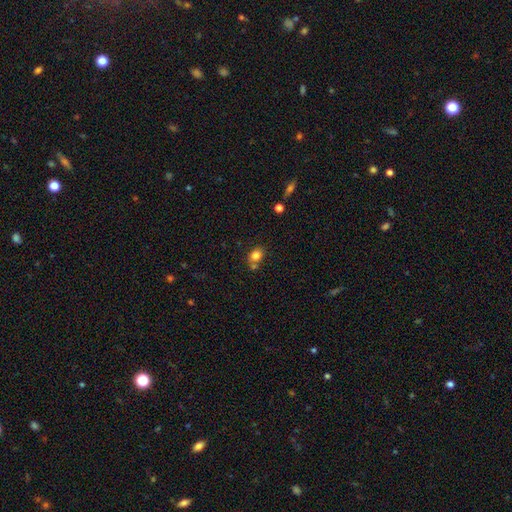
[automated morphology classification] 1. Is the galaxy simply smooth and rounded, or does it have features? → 81% smooth, 11% star or artifact, 8% featured or disk.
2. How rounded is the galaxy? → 54% round, 45% in between, 1% cigar-shaped.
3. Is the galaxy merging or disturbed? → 60% none, 22% merger, 14% minor disturbance, 4% major disturbance.